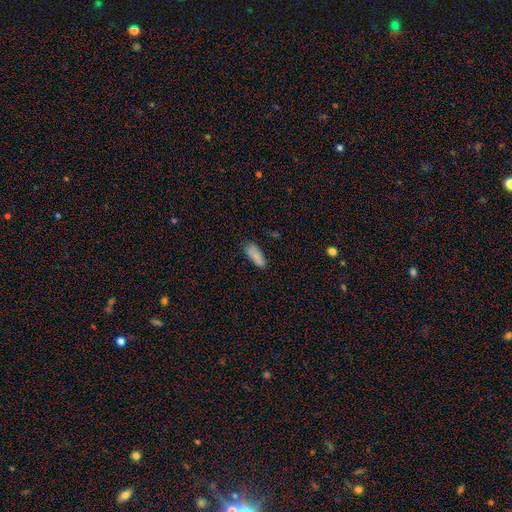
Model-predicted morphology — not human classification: Smooth or featured? Predicted: smooth (p=0.83). How rounded? Predicted: in between (p=0.74). Merging? Predicted: none (p=0.72).